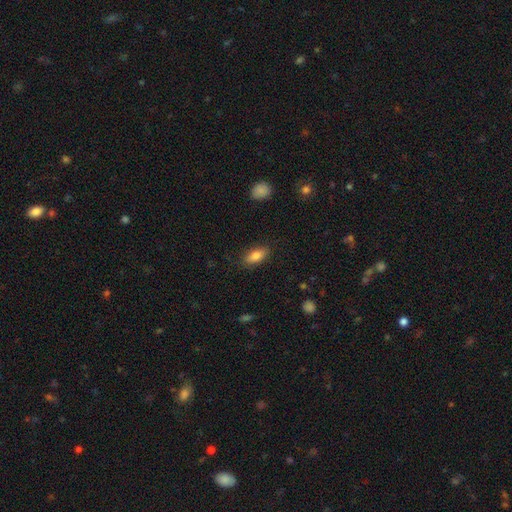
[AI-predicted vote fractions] smooth 82%, featured or disk 10%, star or artifact 8%. Down the decision tree: how rounded — in between (85%); merging — none (85%).